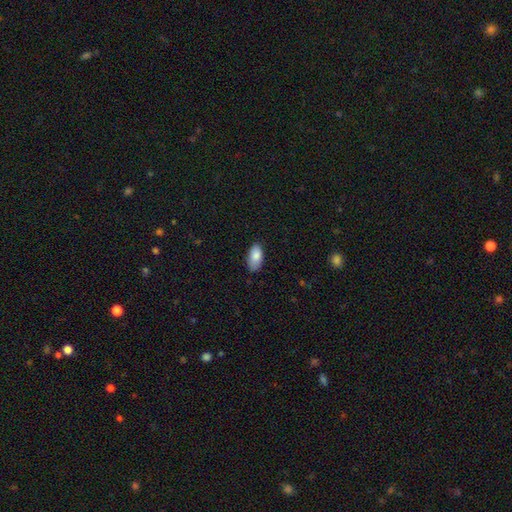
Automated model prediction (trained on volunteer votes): Smooth or featured: smooth — 86% (featured or disk — 7%)
How rounded: in between — 93% (cigar-shaped — 4%)
Merging: none — 76% (minor disturbance — 20%)